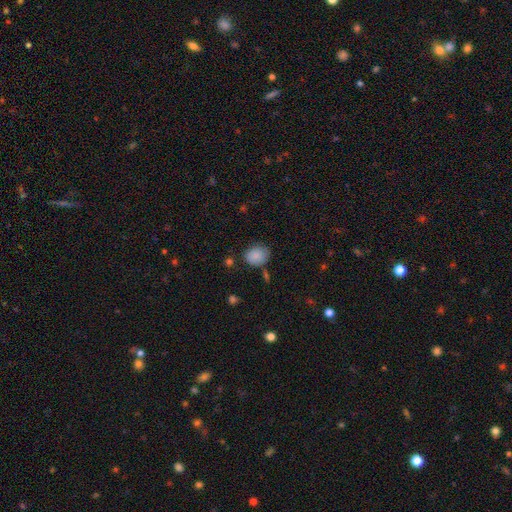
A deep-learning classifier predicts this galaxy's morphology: type=smooth (86%); roundness=round (52%); merging=none (70%).